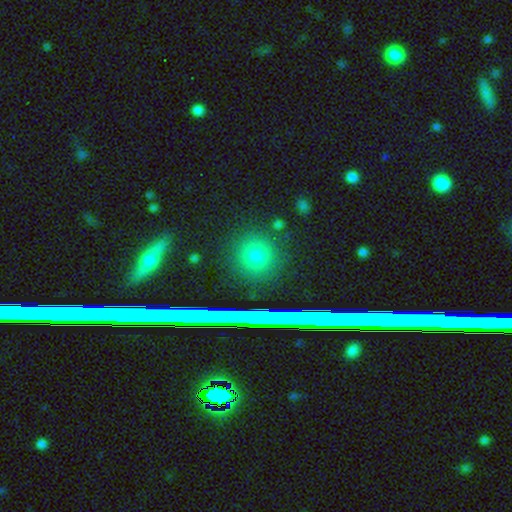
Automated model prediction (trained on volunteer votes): Smooth or featured? Predicted: smooth (p=0.72). How rounded? Predicted: round (p=0.89). Merging? Predicted: none (p=0.89).